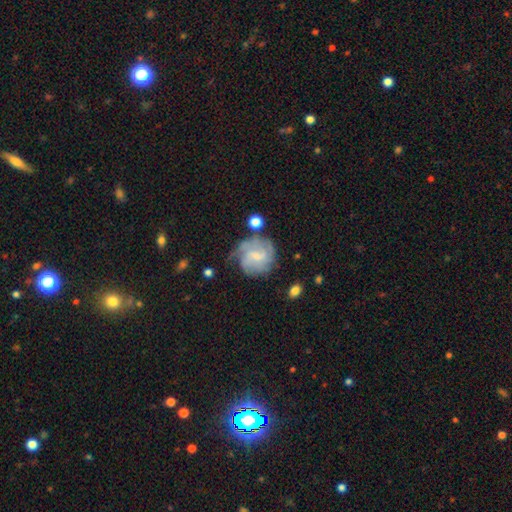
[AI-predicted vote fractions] The model was most divided on "spiral winding": tight: 44%, medium: 38%, loose: 18%. Remaining: edge-on disk — no (98%); spiral arms — yes (84%); smooth or featured — featured or disk (65%); bulge size — small (56%); merging — none (50%); bar — weak (50%); spiral arm count — can't tell (41%).